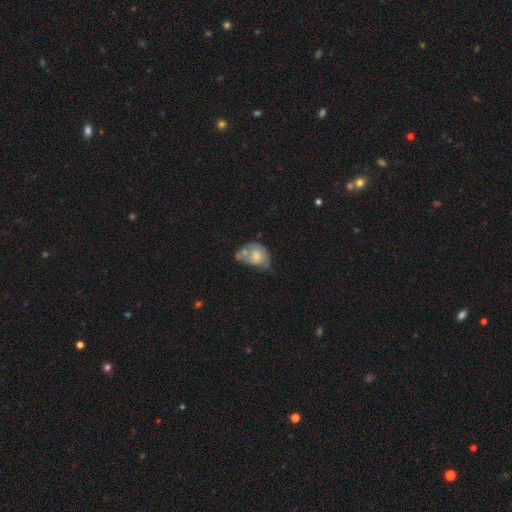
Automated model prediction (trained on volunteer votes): Overall: smooth (53%; featured or disk 39%). How rounded: in between (68%; round 31%). Merging: merger (32%; minor disturbance 25%).